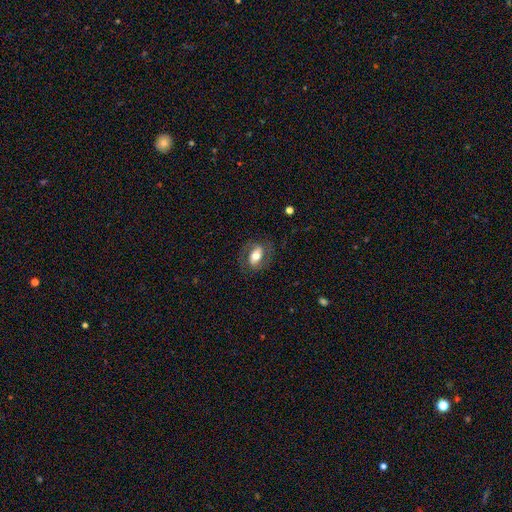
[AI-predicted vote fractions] smooth 51%, featured or disk 42%, star or artifact 7%. Down the decision tree: how rounded — in between (83%); merging — none (74%).